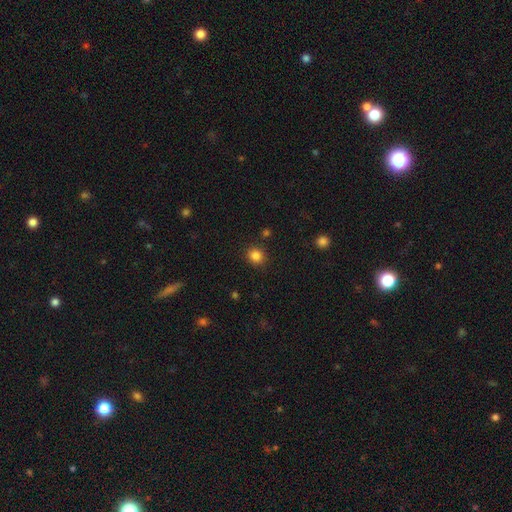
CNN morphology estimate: smooth_or_featured: smooth (p=0.84) [alt: star or artifact p=0.12]
how_rounded: round (p=0.89) [alt: in between p=0.10]
merging: none (p=0.89) [alt: minor disturbance p=0.07]